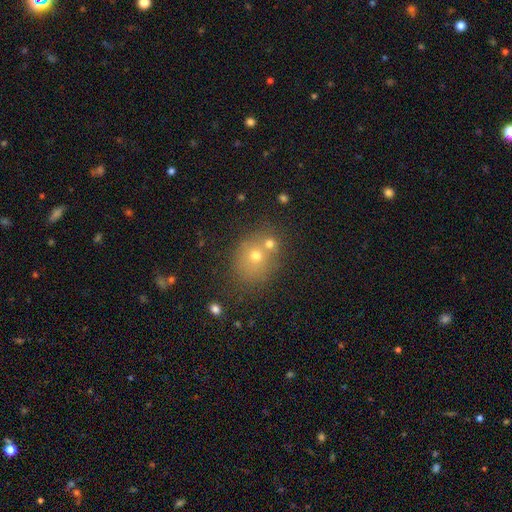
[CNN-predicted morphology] A smooth galaxy with no disk features (61%) that is round (66%).

Vote fractions:
- Smooth or featured? smooth: 61% / star or artifact: 22% / featured or disk: 17%
- How rounded? round: 66% / in between: 33% / cigar-shaped: 1%
- Merging? none: 56% / merger: 30% / minor disturbance: 10% / major disturbance: 4%